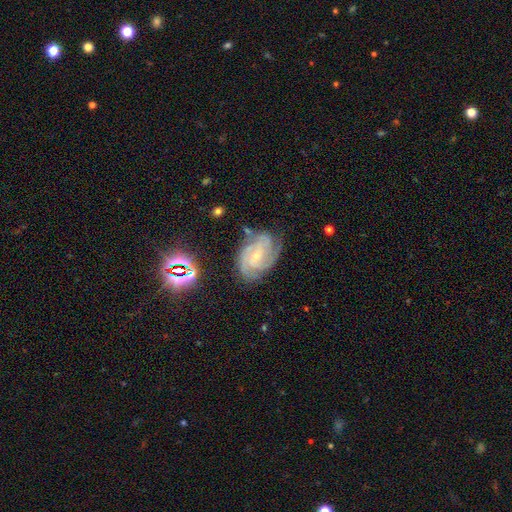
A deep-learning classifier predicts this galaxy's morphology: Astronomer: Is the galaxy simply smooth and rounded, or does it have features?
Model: featured or disk — 86%.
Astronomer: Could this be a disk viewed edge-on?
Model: no — 97%.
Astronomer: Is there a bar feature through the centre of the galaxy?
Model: no — 45% (runner-up: weak, 42%).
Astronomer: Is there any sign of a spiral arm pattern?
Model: yes — 97%.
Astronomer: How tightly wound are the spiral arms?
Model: tight — 62%.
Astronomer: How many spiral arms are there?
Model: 3 — 38% (runner-up: 2, 19%).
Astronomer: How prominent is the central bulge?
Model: small — 73%.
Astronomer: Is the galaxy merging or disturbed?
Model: none — 70%.